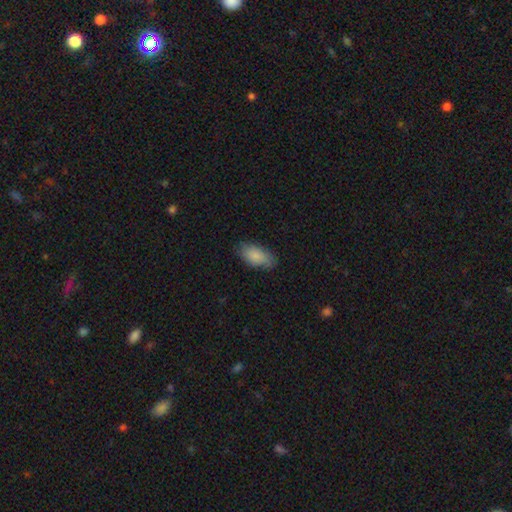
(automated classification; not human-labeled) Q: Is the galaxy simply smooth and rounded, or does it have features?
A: smooth — 85%.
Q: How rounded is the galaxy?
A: in between — 92%.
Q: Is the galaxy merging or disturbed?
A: none — 77%.